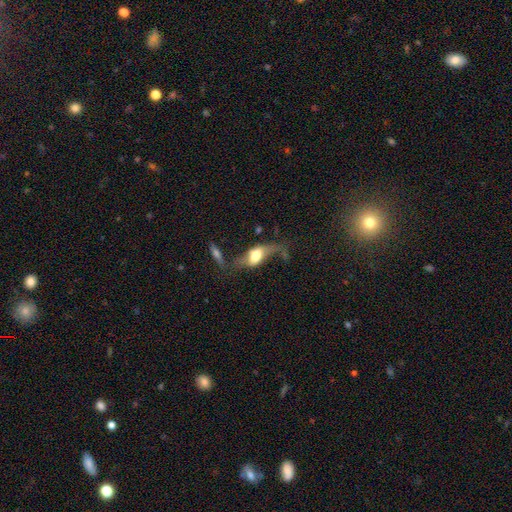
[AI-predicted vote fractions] This appears to be a featured or disk galaxy (51%). Merging: major disturbance (33%).